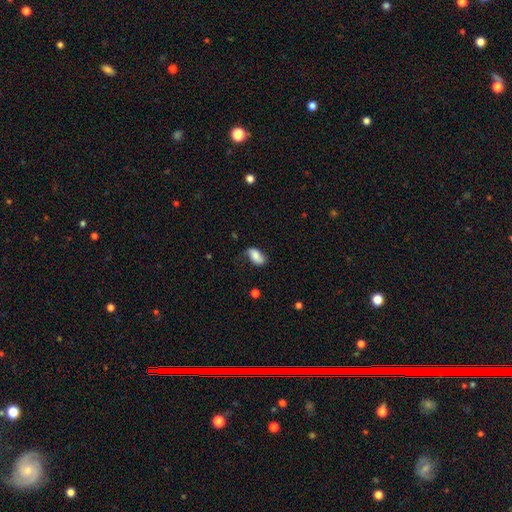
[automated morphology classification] This is likely a smooth galaxy (70%). How rounded: clearly in between (91%). Merging: likely none (61%).